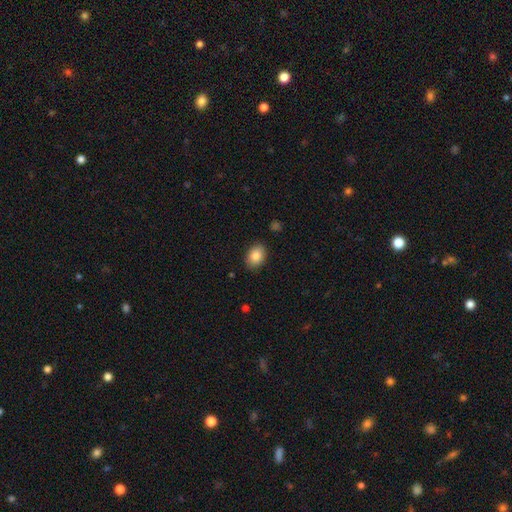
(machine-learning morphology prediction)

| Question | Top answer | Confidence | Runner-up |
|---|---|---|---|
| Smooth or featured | smooth | 85% | star or artifact (8%) |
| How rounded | in between | 77% | round (22%) |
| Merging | none | 87% | minor disturbance (10%) |